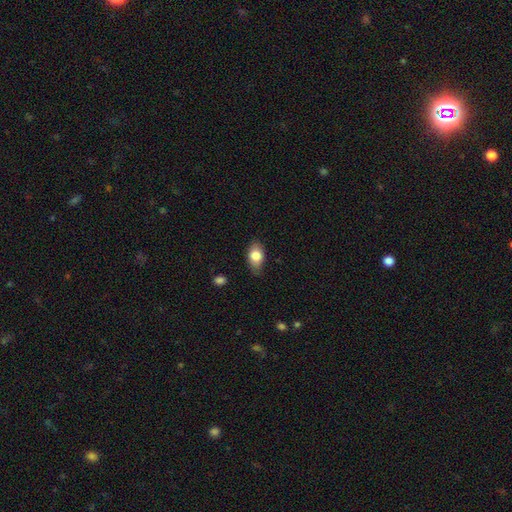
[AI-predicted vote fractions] smooth 80%, featured or disk 13%, star or artifact 7%. Down the decision tree: how rounded — in between (87%); merging — none (77%).